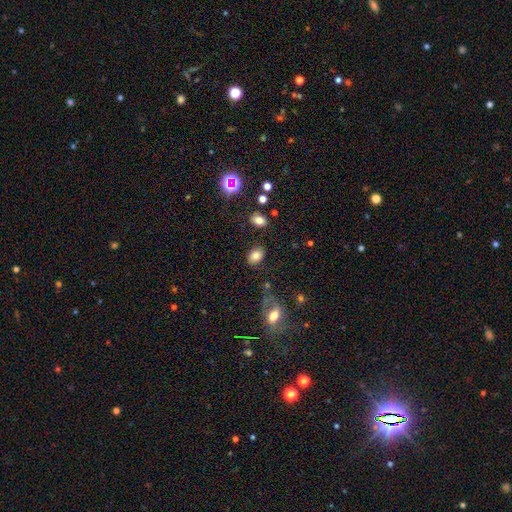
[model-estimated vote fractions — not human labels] smooth 81%, star or artifact 10%, featured or disk 9%. Down the decision tree: how rounded — in between (75%); merging — none (82%).